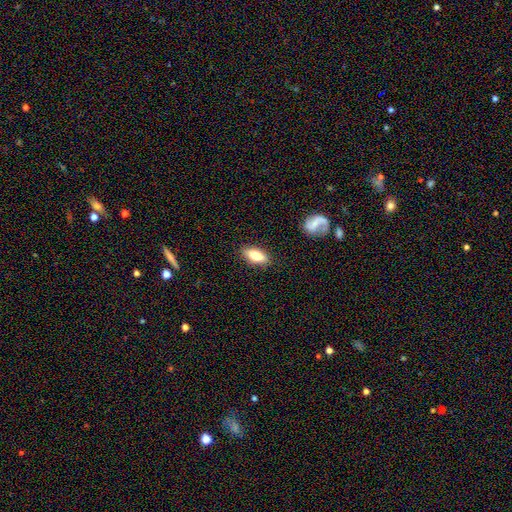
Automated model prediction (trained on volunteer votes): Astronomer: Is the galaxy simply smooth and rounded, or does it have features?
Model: smooth — 74%.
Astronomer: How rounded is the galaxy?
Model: in between — 81%.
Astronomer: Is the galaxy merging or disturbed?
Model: none — 86%.